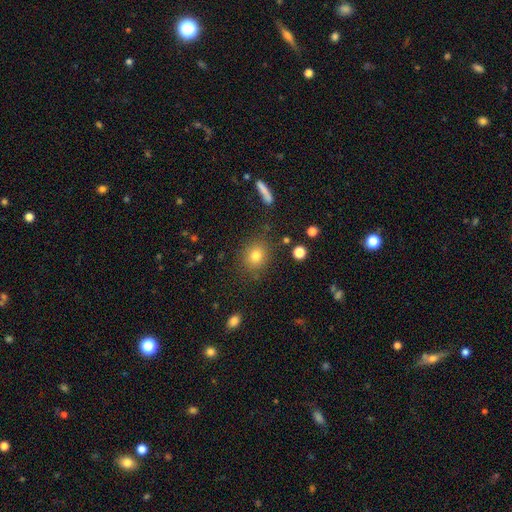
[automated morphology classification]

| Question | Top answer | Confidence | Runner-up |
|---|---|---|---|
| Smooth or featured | smooth | 79% | star or artifact (12%) |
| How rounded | round | 76% | in between (22%) |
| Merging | none | 84% | minor disturbance (10%) |